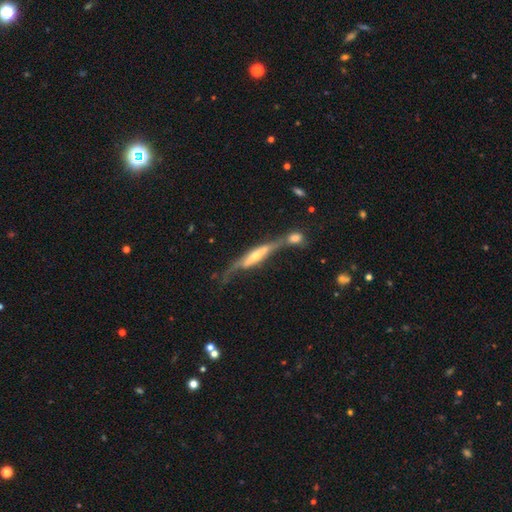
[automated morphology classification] A featured or disk galaxy (74%) viewed edge-on (86%) with a rounded central bulge (56%). Merging: none (44%).